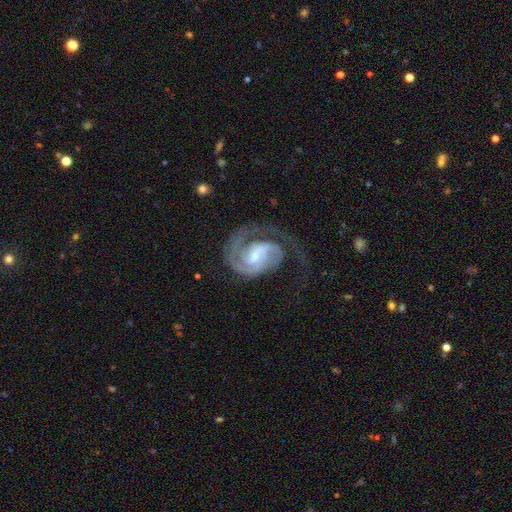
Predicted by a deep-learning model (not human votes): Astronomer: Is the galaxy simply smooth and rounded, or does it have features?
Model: featured or disk — 91%.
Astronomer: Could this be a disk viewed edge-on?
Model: no — 98%.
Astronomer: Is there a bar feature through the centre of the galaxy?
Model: weak — 46% (runner-up: no, 41%).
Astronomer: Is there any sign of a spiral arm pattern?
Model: yes — 98%.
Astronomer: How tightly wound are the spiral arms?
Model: tight — 47% (runner-up: medium, 41%).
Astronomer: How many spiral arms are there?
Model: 2 — 55%.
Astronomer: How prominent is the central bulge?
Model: small — 46%, tied with moderate at 46%.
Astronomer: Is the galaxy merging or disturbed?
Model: none — 47% (runner-up: major disturbance, 33%).